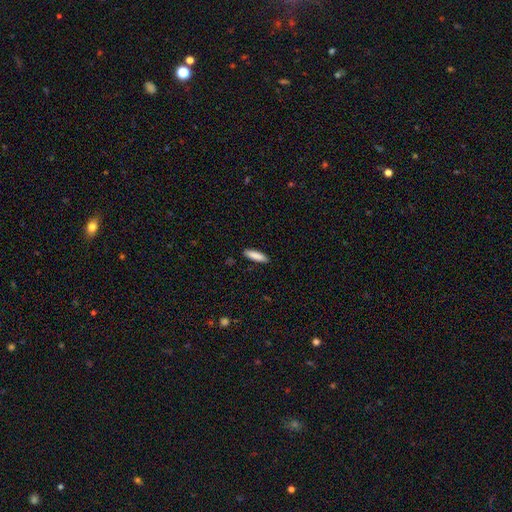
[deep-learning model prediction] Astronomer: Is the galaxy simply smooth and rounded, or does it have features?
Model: smooth — 87%.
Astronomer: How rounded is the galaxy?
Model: cigar-shaped — 72%.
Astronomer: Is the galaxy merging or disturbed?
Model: none — 89%.